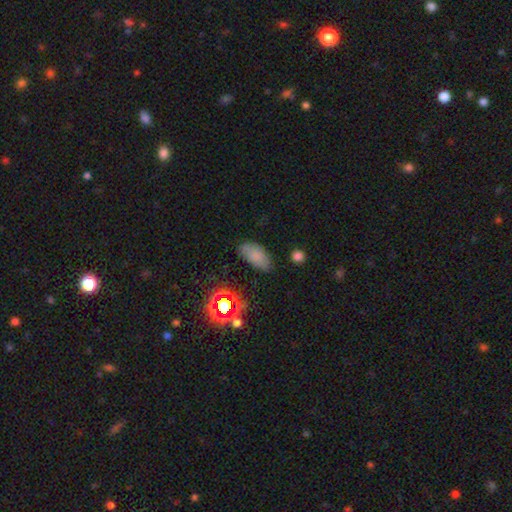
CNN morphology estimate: Smooth or featured? Predicted: smooth (p=0.74). How rounded? Predicted: in between (p=0.91). Merging? Predicted: none (p=0.72).